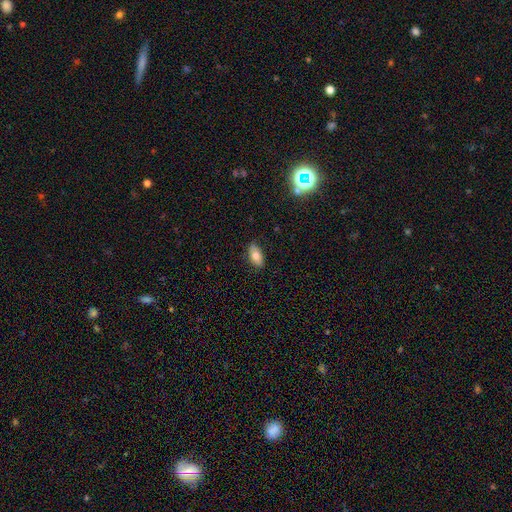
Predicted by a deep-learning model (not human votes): smooth_or_featured: smooth (p=0.76) [alt: featured or disk p=0.16]
how_rounded: in between (p=0.91) [alt: cigar-shaped p=0.05]
merging: none (p=0.84) [alt: minor disturbance p=0.12]